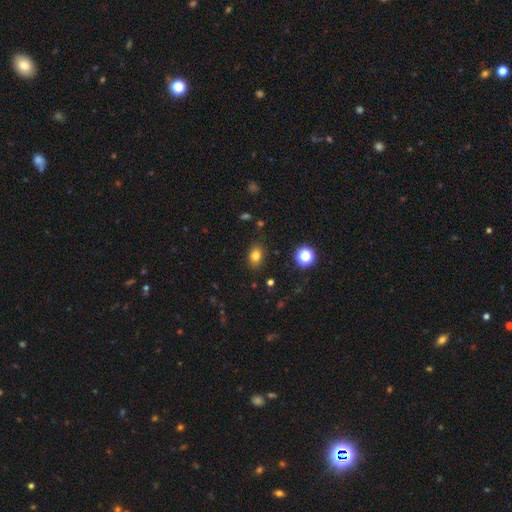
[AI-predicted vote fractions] Smooth or featured? Predicted: smooth (p=0.78). How rounded? Predicted: in between (p=0.67). Merging? Predicted: none (p=0.85).